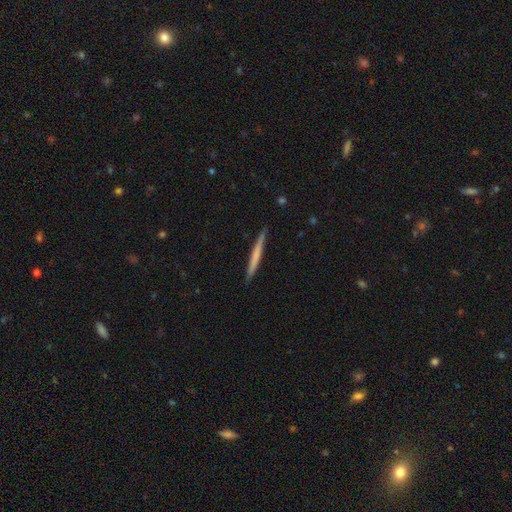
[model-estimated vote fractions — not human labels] Q: Smooth or featured?
A: smooth (57%); runner-up: featured or disk (38%)
Q: How rounded?
A: cigar-shaped (97%); runner-up: in between (2%)
Q: Merging?
A: none (91%); runner-up: minor disturbance (7%)